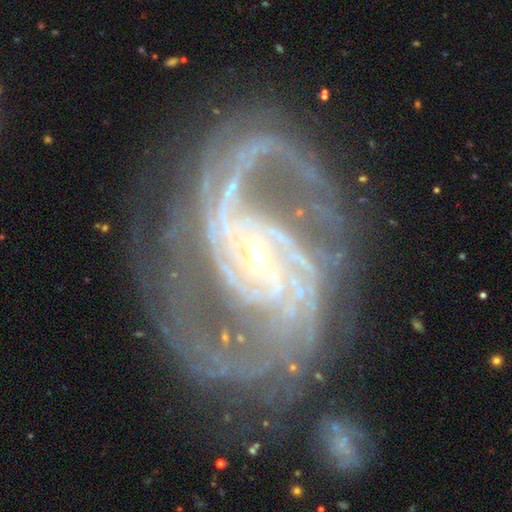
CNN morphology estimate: Smooth or featured? Predicted: featured or disk (p=0.93). Edge-on disk? Predicted: no (p=0.98). Bar? Predicted: no (p=0.38). Spiral arms? Predicted: yes (p=0.98). Spiral winding? Predicted: medium (p=0.55). Spiral arm count? Predicted: 2 (p=0.62). Bulge size? Predicted: small (p=0.77). Merging? Predicted: none (p=0.62).